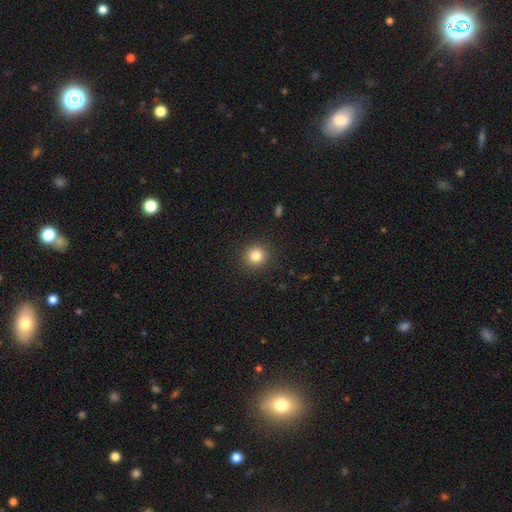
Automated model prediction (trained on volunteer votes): smooth-or-featured: smooth: 82% | star or artifact: 11% | featured or disk: 6%
  how-rounded: round: 90% | in between: 9% | cigar-shaped: 1%
  merging: none: 91% | minor disturbance: 6% | major disturbance: 2% | merger: 1%